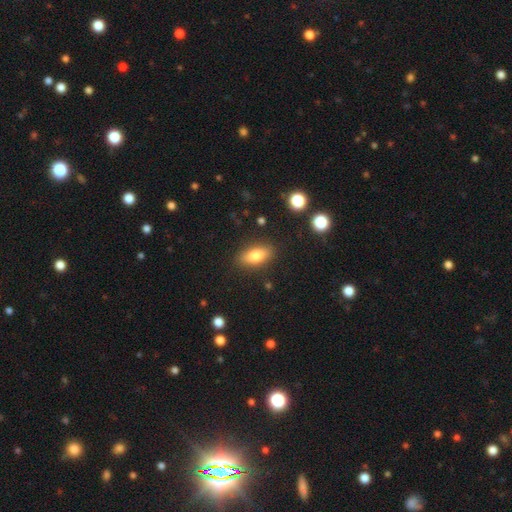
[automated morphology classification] A smooth galaxy with no disk features (78%) that is in between round and cigar-shaped (83%).

Vote fractions:
- Smooth or featured? smooth: 78% / featured or disk: 14% / star or artifact: 8%
- How rounded? in between: 83% / cigar-shaped: 13% / round: 5%
- Merging? none: 86% / minor disturbance: 10% / major disturbance: 3% / merger: 2%